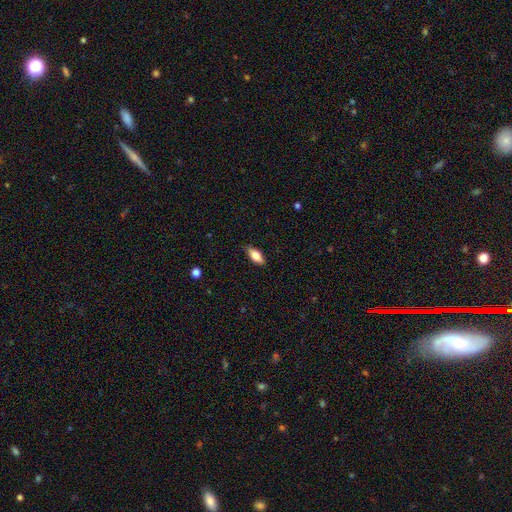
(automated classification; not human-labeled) Smooth or featured? Predicted: smooth (p=0.73). How rounded? Predicted: in between (p=0.78). Merging? Predicted: none (p=0.84).